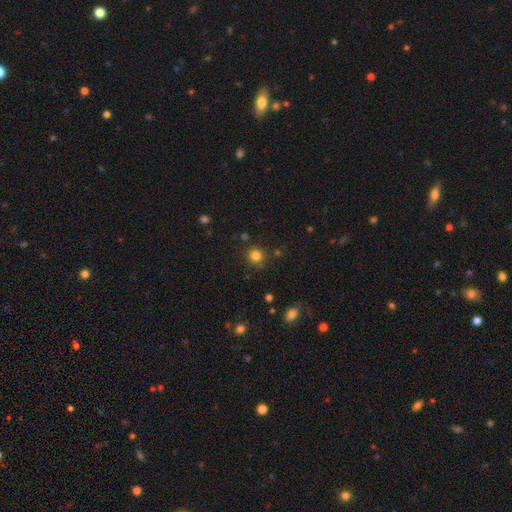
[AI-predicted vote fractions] This appears to be a smooth galaxy with no disk features (81%) that is round (92%). Merging: none (83%).